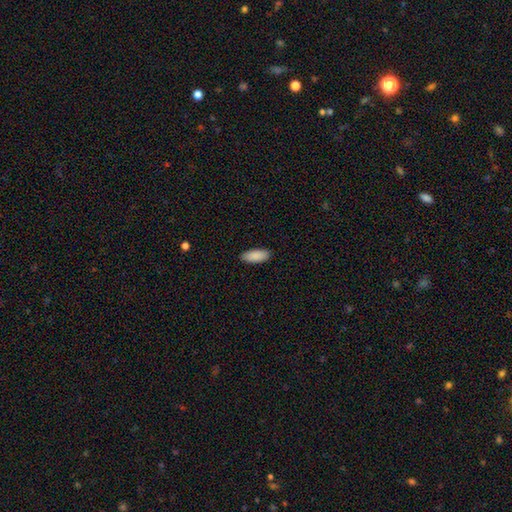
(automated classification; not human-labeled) Q: Smooth or featured?
A: smooth (90%); runner-up: star or artifact (6%)
Q: How rounded?
A: in between (84%); runner-up: cigar-shaped (15%)
Q: Merging?
A: none (90%); runner-up: minor disturbance (8%)